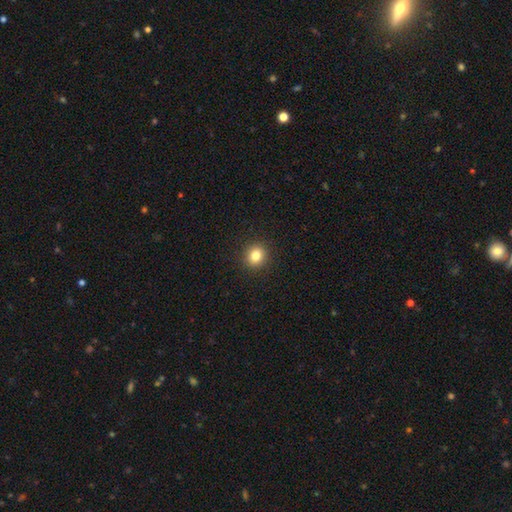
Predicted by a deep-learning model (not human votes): Overall: smooth (83%). How rounded: round (82%). Merging: none (92%).